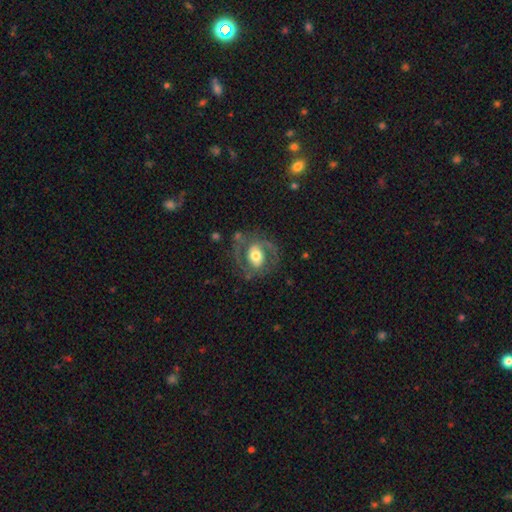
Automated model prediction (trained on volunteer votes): This appears to be a featured or disk galaxy (78%) with no bar (43%), 2 (89%) medium (56%) spiral arms (85%) and a moderate central bulge (58%). Merging: none (73%).